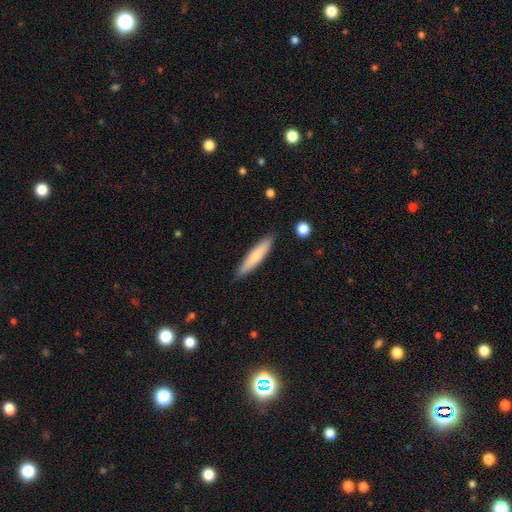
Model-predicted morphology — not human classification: type=smooth (69%); roundness=cigar-shaped (85%); merging=none (87%).